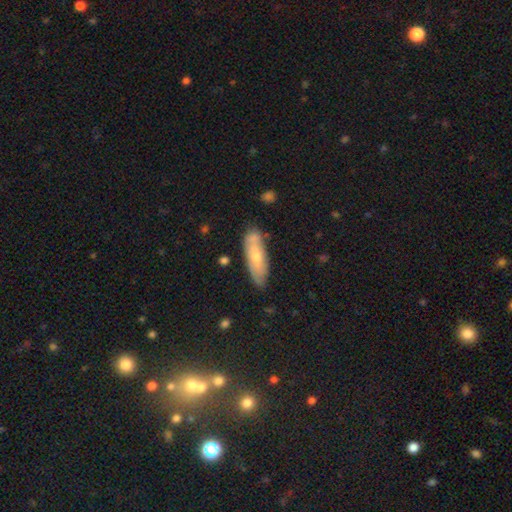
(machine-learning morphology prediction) Overall: smooth (59%; featured or disk 35%). How rounded: in between (52%; cigar-shaped 46%). Merging: none (73%).